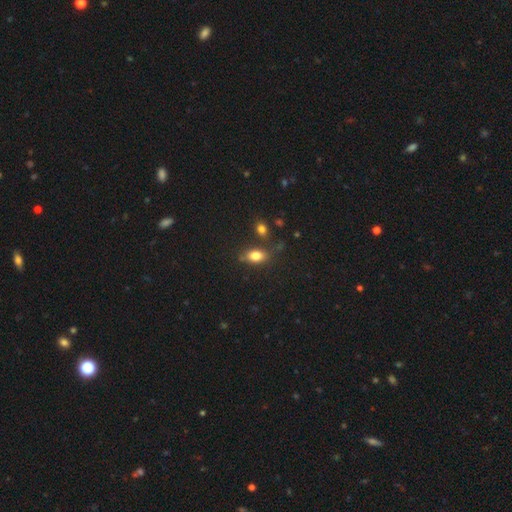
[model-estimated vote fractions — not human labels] Smooth or featured? smooth (80%)
How rounded? in between (84%)
Merging? none (72%)